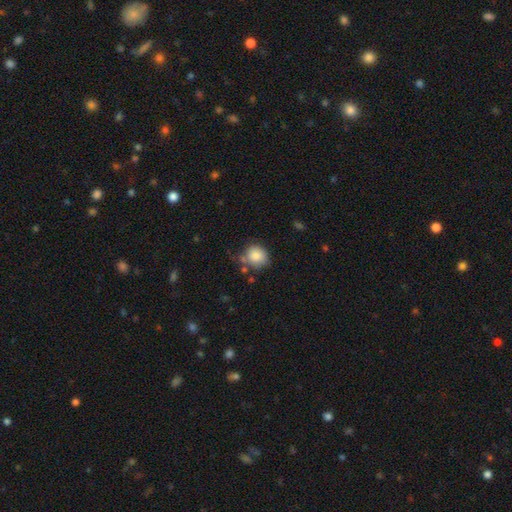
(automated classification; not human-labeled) smooth 85%, star or artifact 8%, featured or disk 7%. Down the decision tree: how rounded — round (83%); merging — none (62%).